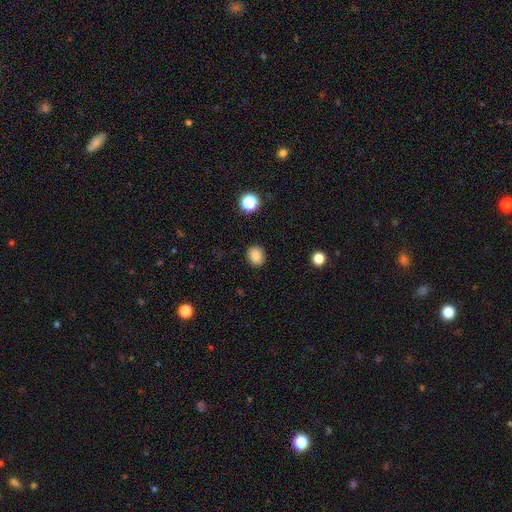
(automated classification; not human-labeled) smooth-or-featured: smooth: 85% | star or artifact: 11% | featured or disk: 4%
  how-rounded: round: 61% | in between: 38% | cigar-shaped: 1%
  merging: none: 87% | minor disturbance: 9% | major disturbance: 3% | merger: 1%